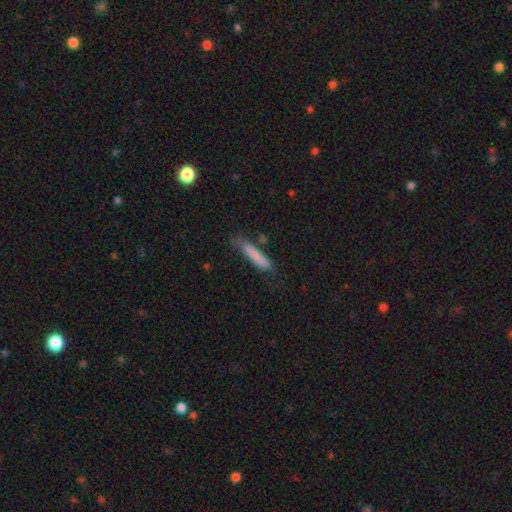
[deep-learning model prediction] smooth-or-featured: smooth: 78% | featured or disk: 15% | star or artifact: 7%
  how-rounded: cigar-shaped: 90% | in between: 9% | round: 1%
  merging: none: 65% | minor disturbance: 24% | major disturbance: 7% | merger: 5%